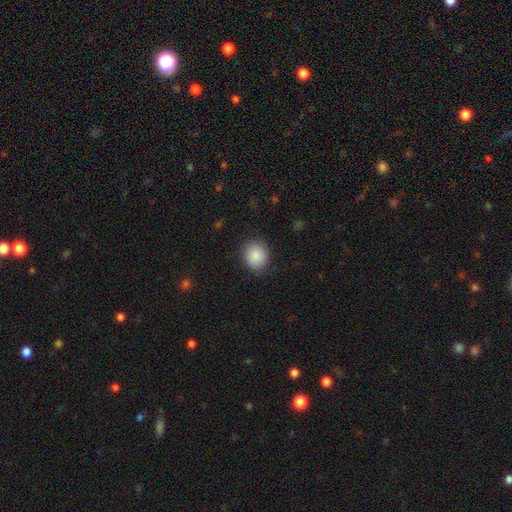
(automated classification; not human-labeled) Smooth or featured? smooth (88%)
How rounded? round (67%)
Merging? none (85%)